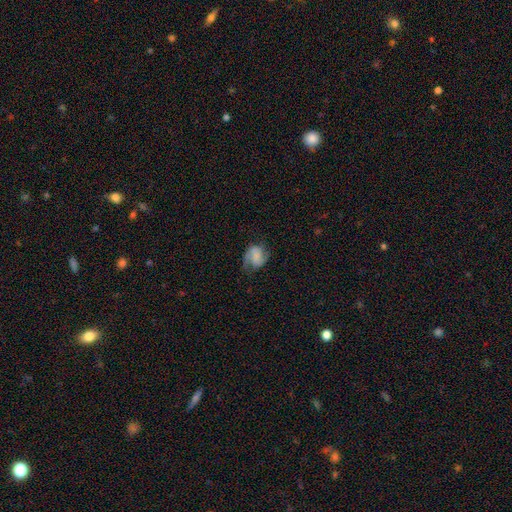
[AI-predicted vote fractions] Morphology: type=featured or disk (56%); edge-on=no (98%); bar=no (49%); spiral arms=yes (88%); bulge=none (48%); merging=none (53%).